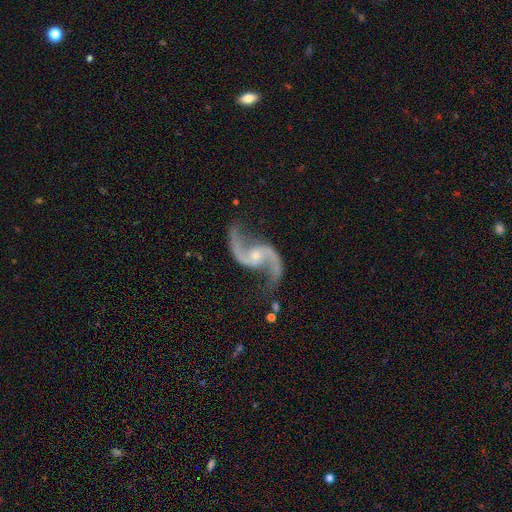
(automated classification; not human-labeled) smooth-or-featured: featured or disk: 94% | star or artifact: 4% | smooth: 2%
  disk-edge-on: no: 98% | yes: 2%
    bar: no: 56% | weak: 32% | strong: 12%
    has-spiral-arms: yes: 98% | no: 2%
      spiral-winding: loose: 75% | medium: 20% | tight: 4%
      spiral-arm-count: 2: 95% | 1: 1% | can't tell: 1% | 3: 1% | 4: 1% | more than 4: 1%
    bulge-size: small: 69% | moderate: 26% | none: 3% | large: 2% | dominant: 1%
  merging: none: 77% | minor disturbance: 13% | major disturbance: 7% | merger: 2%